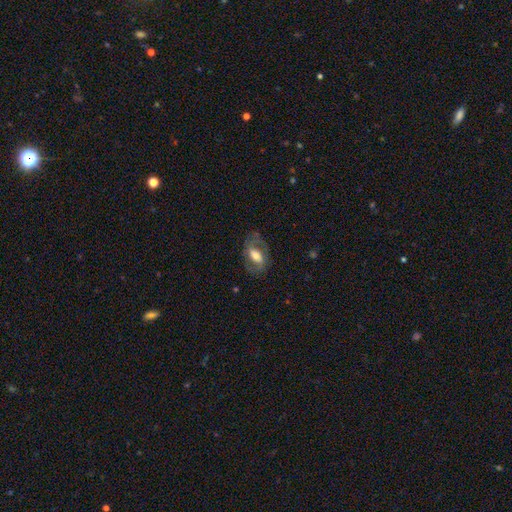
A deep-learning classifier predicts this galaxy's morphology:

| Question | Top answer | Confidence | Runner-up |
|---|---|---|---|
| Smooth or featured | featured or disk | 53% | smooth (40%) |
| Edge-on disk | no | 92% | yes (8%) |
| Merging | none | 66% | minor disturbance (19%) |